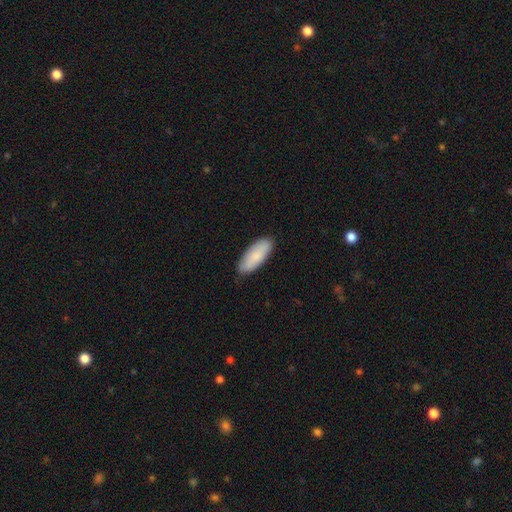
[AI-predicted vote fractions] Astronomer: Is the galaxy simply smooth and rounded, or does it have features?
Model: smooth — 85%.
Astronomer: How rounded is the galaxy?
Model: in between — 77%.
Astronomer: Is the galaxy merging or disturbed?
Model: none — 86%.